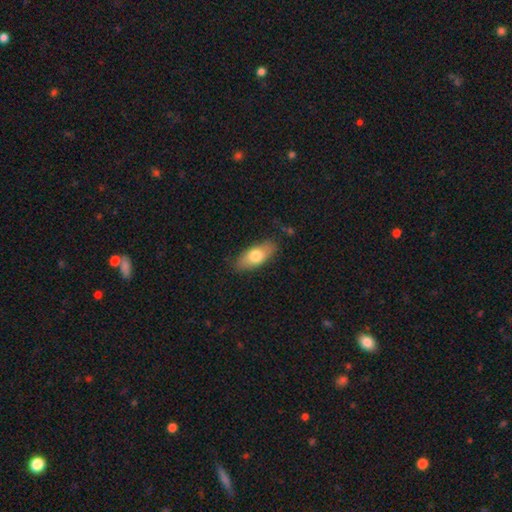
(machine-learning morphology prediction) Smooth or featured?
  - smooth: 71% *
  - featured or disk: 22%
  - star or artifact: 6%
How rounded?
  - in between: 82% *
  - cigar-shaped: 14%
  - round: 4%
Merging?
  - none: 83% *
  - minor disturbance: 13%
  - major disturbance: 3%
  - merger: 1%